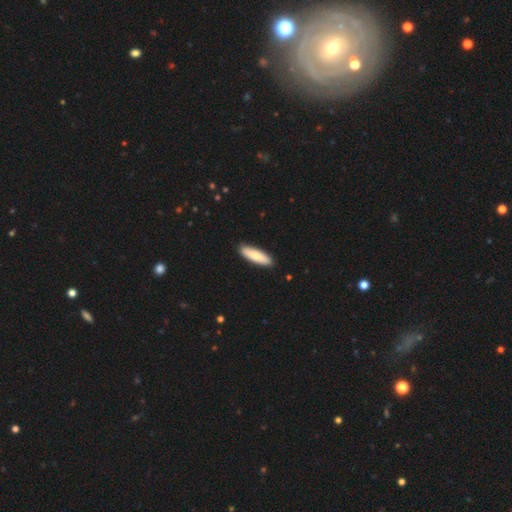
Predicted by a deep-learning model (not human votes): This appears to be a smooth galaxy with no disk features (80%) that is cigar-shaped (60%). Merging: none (91%).